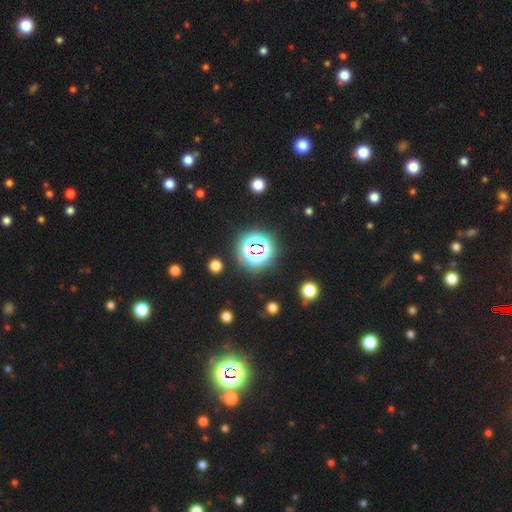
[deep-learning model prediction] Overall: star or artifact (76%).